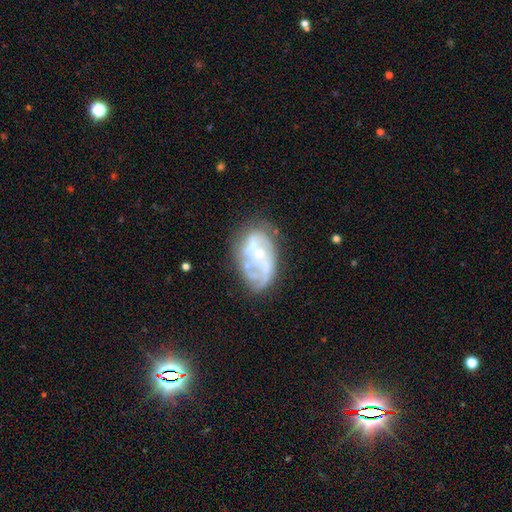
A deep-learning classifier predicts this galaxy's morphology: Smooth or featured: featured or disk — 72% (smooth — 17%)
Edge-on disk: no — 96% (yes — 4%)
Bar: no — 71% (weak — 23%)
Spiral arms: yes — 69% (no — 31%)
Bulge size: small — 62% (moderate — 22%)
Merging: none — 54% (minor disturbance — 23%)